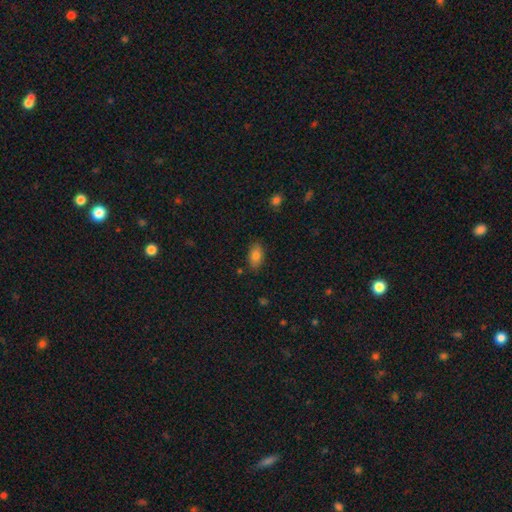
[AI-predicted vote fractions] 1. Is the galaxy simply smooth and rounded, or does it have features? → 82% smooth, 9% star or artifact, 9% featured or disk.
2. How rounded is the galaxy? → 90% in between, 7% round, 3% cigar-shaped.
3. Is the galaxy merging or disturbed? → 83% none, 13% minor disturbance, 3% major disturbance, 2% merger.